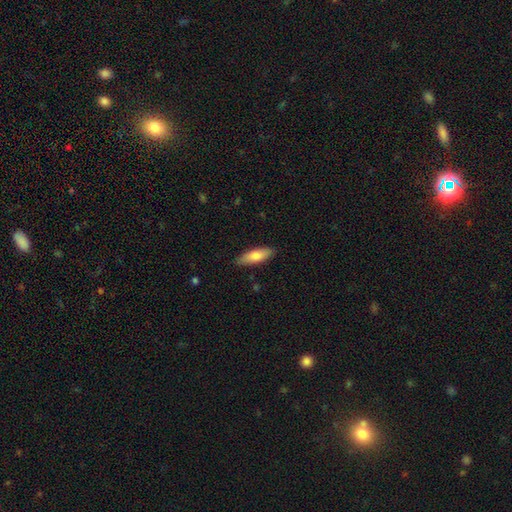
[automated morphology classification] smooth-or-featured: smooth: 77% | featured or disk: 17% | star or artifact: 5%
  how-rounded: in between: 53% | cigar-shaped: 45% | round: 2%
  merging: none: 86% | minor disturbance: 11% | major disturbance: 2% | merger: 1%